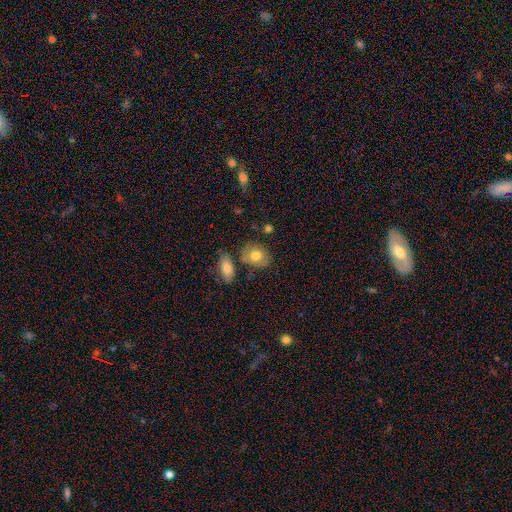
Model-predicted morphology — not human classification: type=smooth (74%); roundness=in between (60%); merging=none (70%).